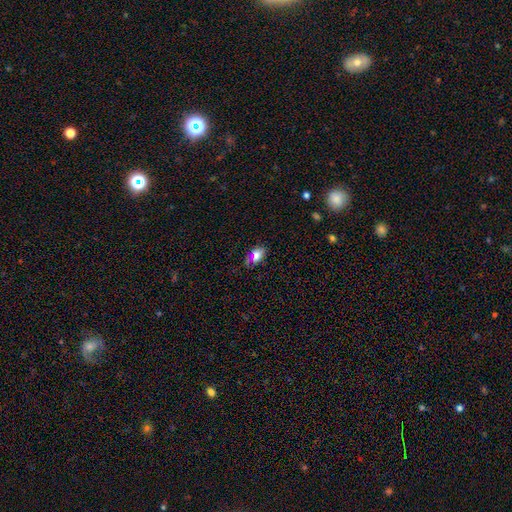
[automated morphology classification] type=smooth (71%); roundness=in between (87%); merging=none (73%).